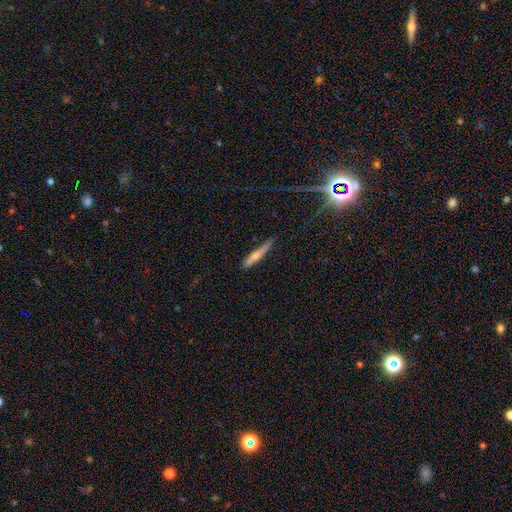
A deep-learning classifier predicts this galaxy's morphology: This appears to be a smooth galaxy with no disk features (63%) that is cigar-shaped (93%). Merging: none (72%).